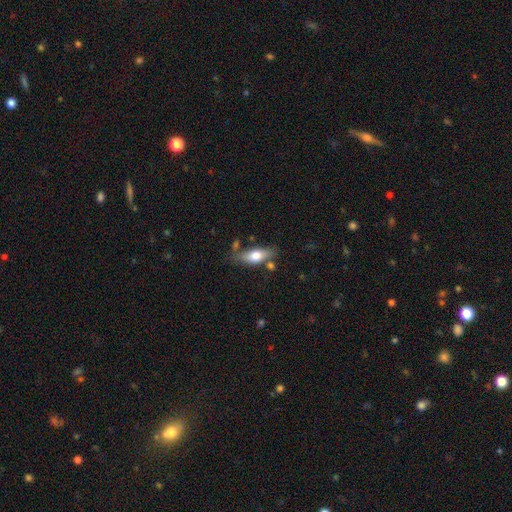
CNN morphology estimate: smooth-or-featured: smooth: 63% | featured or disk: 30% | star or artifact: 7%
  how-rounded: in between: 69% | cigar-shaped: 27% | round: 4%
  merging: none: 67% | minor disturbance: 18% | merger: 9% | major disturbance: 5%